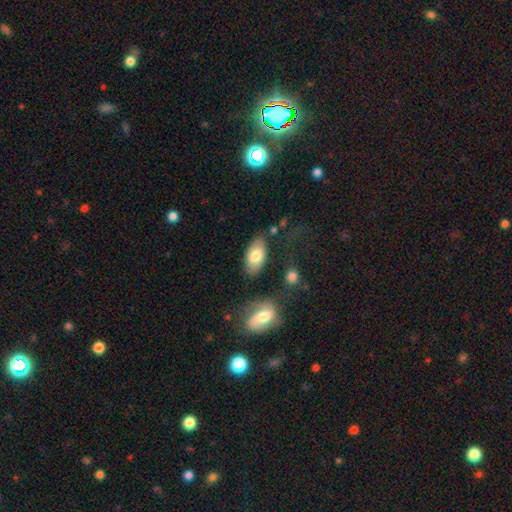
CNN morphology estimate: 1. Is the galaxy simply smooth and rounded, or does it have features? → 76% smooth, 17% featured or disk, 6% star or artifact.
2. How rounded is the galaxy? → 94% in between, 4% round, 3% cigar-shaped.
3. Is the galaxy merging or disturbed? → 77% none, 13% minor disturbance, 5% merger, 4% major disturbance.